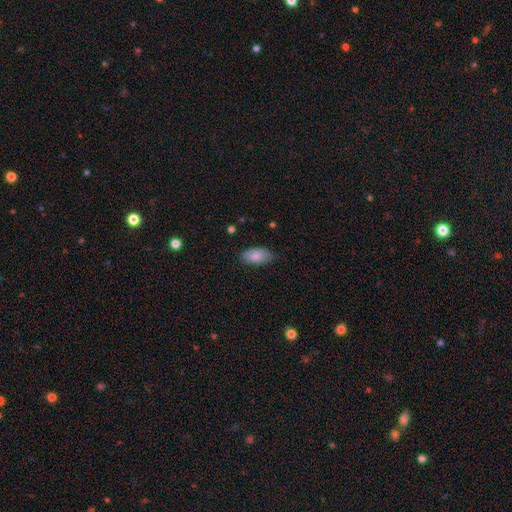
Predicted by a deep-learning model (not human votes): smooth_or_featured: smooth (p=0.84) [alt: featured or disk p=0.10]
how_rounded: in between (p=0.94) [alt: round p=0.03]
merging: none (p=0.77) [alt: minor disturbance p=0.19]